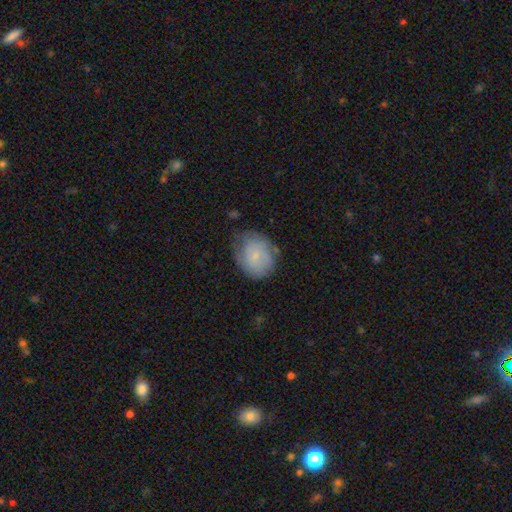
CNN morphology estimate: Smooth or featured? smooth (66%)
How rounded? round (63%)
Merging? none (62%)